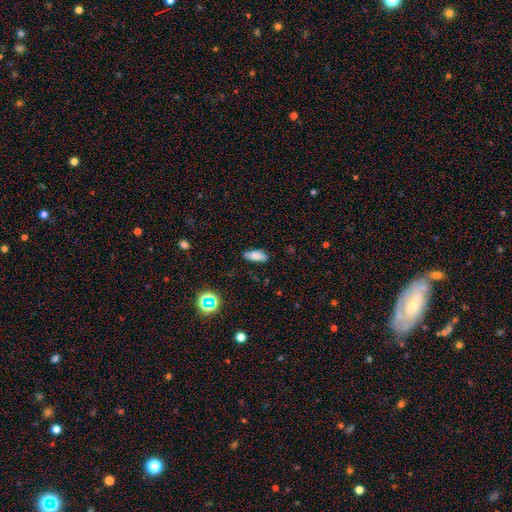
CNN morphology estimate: A smooth galaxy with no disk features (80%) that is in between round and cigar-shaped (80%).

Vote fractions:
- Smooth or featured? smooth: 80% / star or artifact: 10% / featured or disk: 9%
- How rounded? in between: 80% / cigar-shaped: 17% / round: 3%
- Merging? none: 82% / minor disturbance: 14% / major disturbance: 3% / merger: 1%